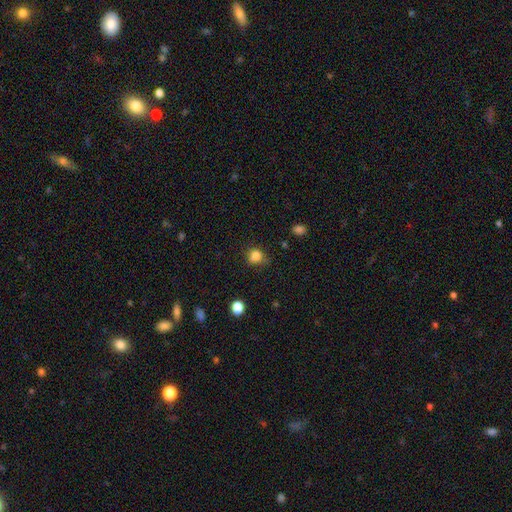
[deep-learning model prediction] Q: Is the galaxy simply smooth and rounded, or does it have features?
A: smooth — 81%.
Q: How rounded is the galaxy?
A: round — 74%.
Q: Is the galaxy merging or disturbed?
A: none — 59%.